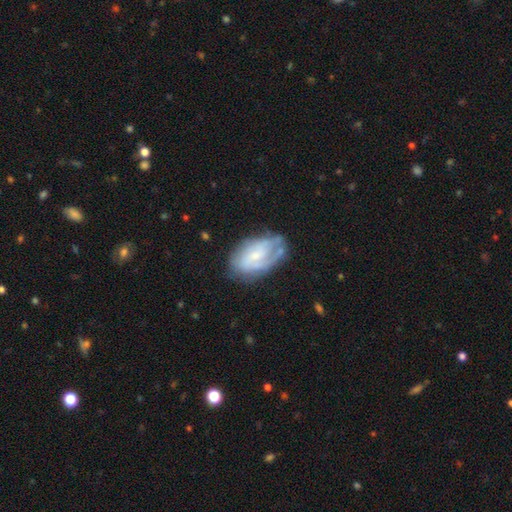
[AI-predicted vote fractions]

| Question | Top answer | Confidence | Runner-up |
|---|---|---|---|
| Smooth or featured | featured or disk | 64% | smooth (29%) |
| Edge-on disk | no | 96% | yes (4%) |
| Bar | no | 57% | weak (35%) |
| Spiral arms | yes | 77% | no (23%) |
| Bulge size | small | 60% | moderate (25%) |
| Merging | none | 58% | minor disturbance (27%) |